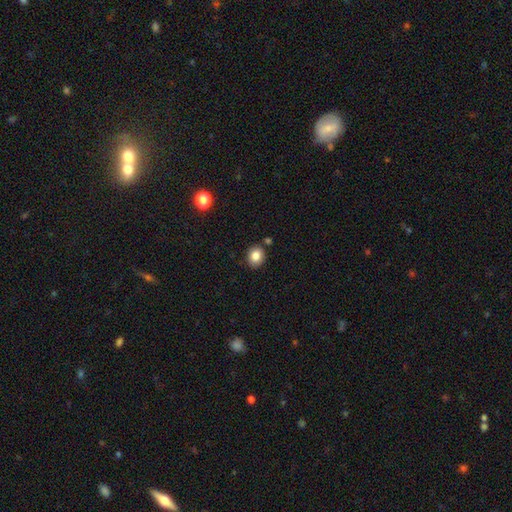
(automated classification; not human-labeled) smooth_or_featured: smooth (p=0.84) [alt: star or artifact p=0.10]
how_rounded: round (p=0.63) [alt: in between p=0.36]
merging: none (p=0.83) [alt: minor disturbance p=0.09]